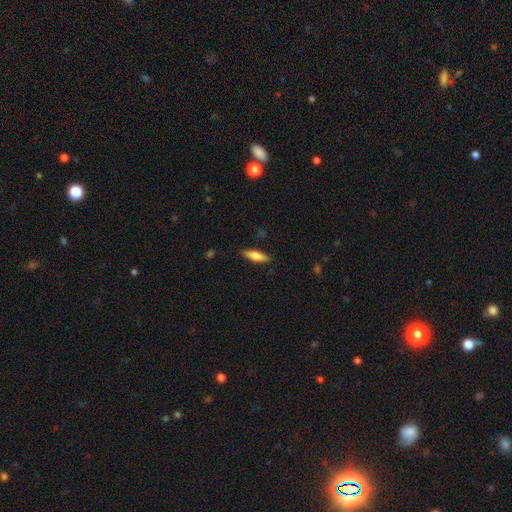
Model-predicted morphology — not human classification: The model was most divided on "how rounded": cigar-shaped: 60%, in between: 38%, round: 2%. More confident: merging — none (88%); smooth or featured — smooth (70%).